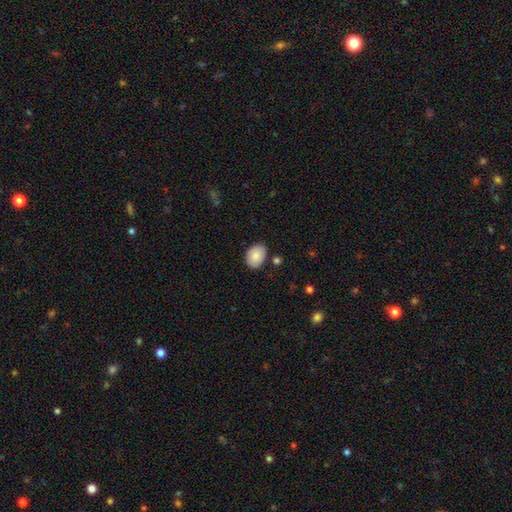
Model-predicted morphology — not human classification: Smooth or featured? Predicted: smooth (p=0.86). How rounded? Predicted: in between (p=0.74). Merging? Predicted: none (p=0.81).